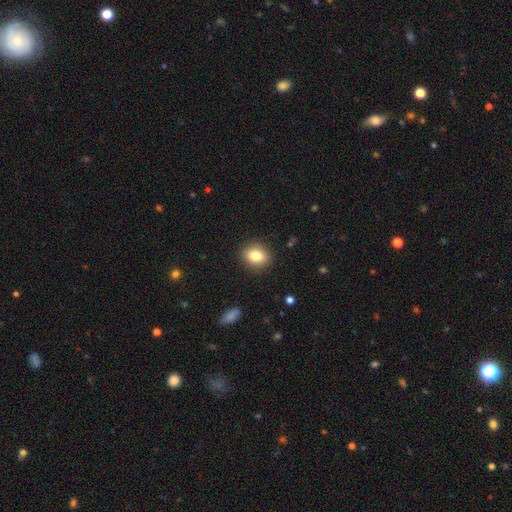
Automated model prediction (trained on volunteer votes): Smooth or featured? Predicted: smooth (p=0.82). How rounded? Predicted: round (p=0.53). Merging? Predicted: none (p=0.89).